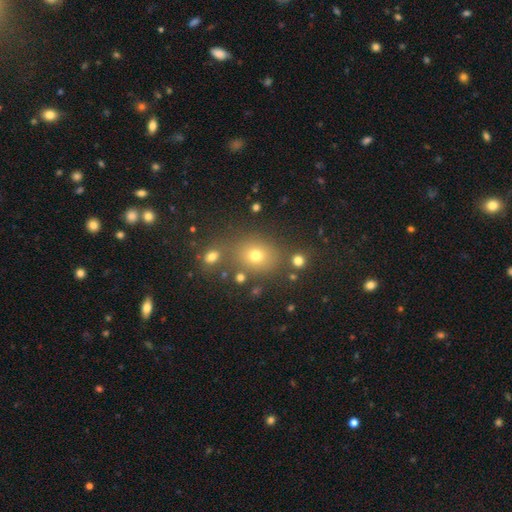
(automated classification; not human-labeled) Q: Smooth or featured?
A: smooth (68%); runner-up: star or artifact (20%)
Q: How rounded?
A: round (62%); runner-up: in between (37%)
Q: Merging?
A: none (72%); runner-up: merger (12%)